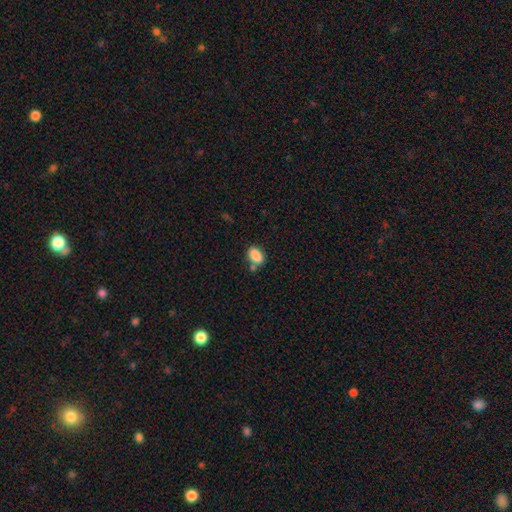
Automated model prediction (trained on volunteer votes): smooth 87%, star or artifact 8%, featured or disk 5%. Down the decision tree: how rounded — in between (87%); merging — none (63%).